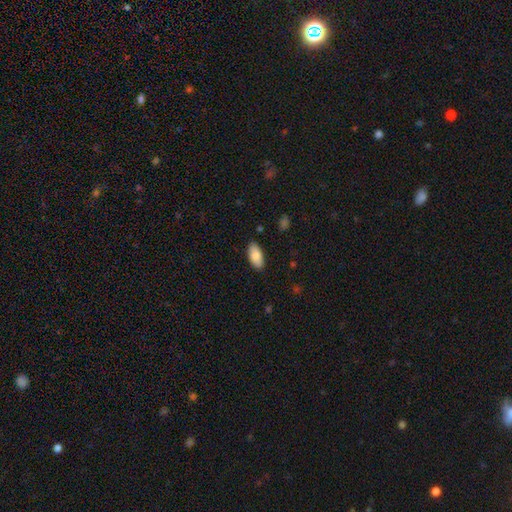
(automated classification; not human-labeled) smooth-or-featured: smooth: 86% | featured or disk: 8% | star or artifact: 6%
  how-rounded: in between: 93% | cigar-shaped: 6% | round: 2%
  merging: none: 87% | minor disturbance: 10% | major disturbance: 2% | merger: 1%